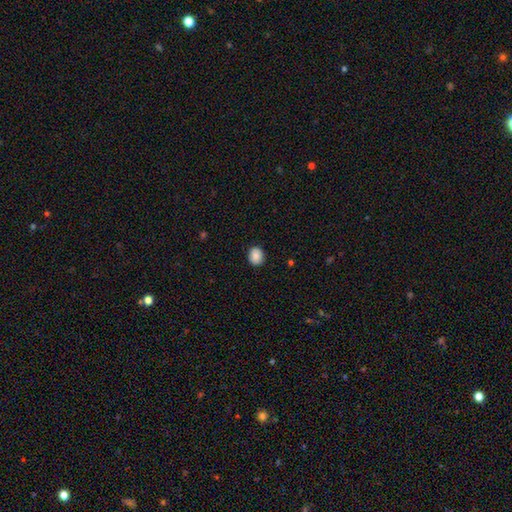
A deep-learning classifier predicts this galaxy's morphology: A smooth galaxy with no disk features (86%) that is round (67%). Merging: none (89%).